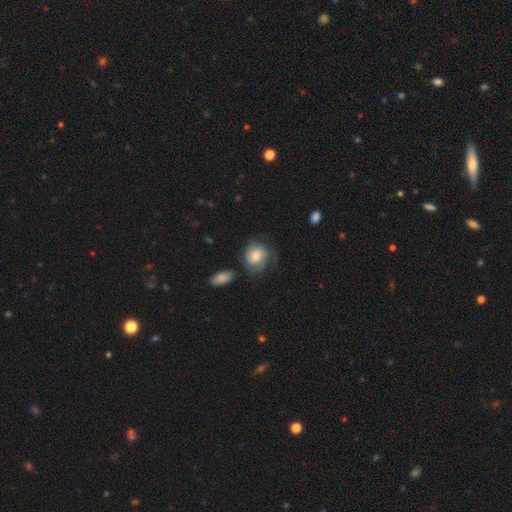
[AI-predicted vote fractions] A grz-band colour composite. It shows a featured or disk galaxy (51%). Merging: none (58%).